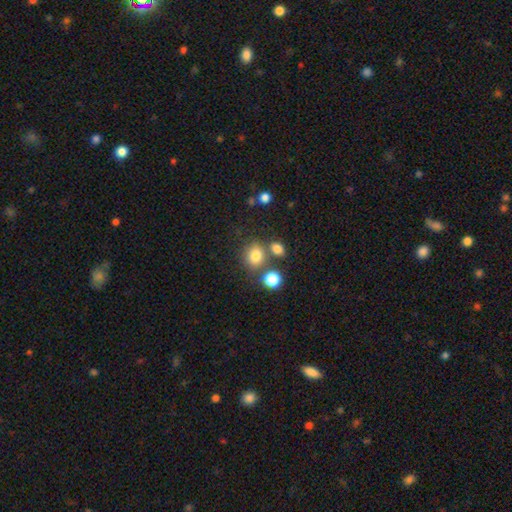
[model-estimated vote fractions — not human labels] Smooth or featured? smooth (79%)
How rounded? round (71%)
Merging? none (65%)